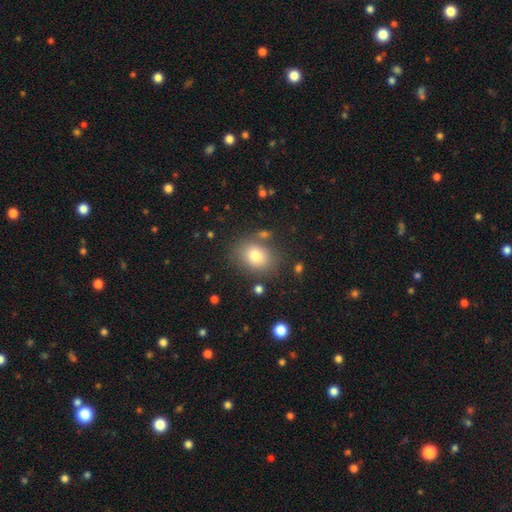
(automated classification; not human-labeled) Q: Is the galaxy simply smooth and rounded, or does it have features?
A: smooth — 78%.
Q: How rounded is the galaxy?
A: in between — 51%.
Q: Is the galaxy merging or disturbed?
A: none — 78%.